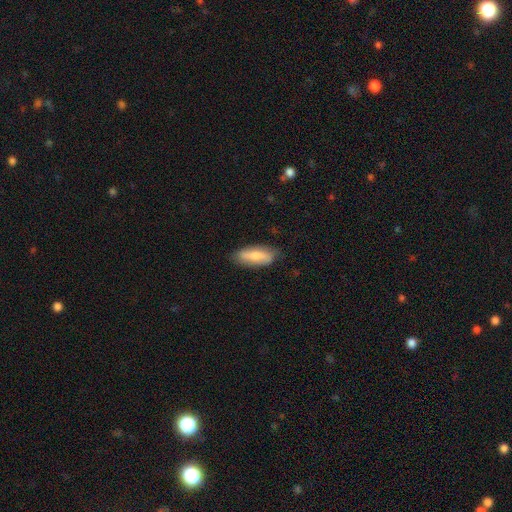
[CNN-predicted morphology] smooth-or-featured: smooth: 70% | featured or disk: 24% | star or artifact: 6%
  how-rounded: in between: 70% | cigar-shaped: 28% | round: 2%
  merging: none: 78% | minor disturbance: 17% | major disturbance: 3% | merger: 1%